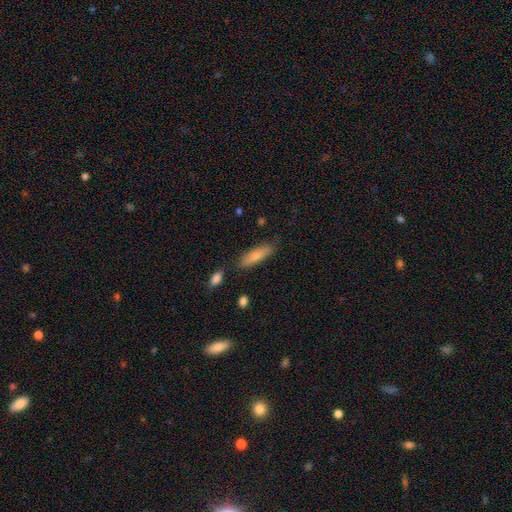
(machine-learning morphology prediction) type=smooth (77%); roundness=cigar-shaped (60%); merging=none (77%).